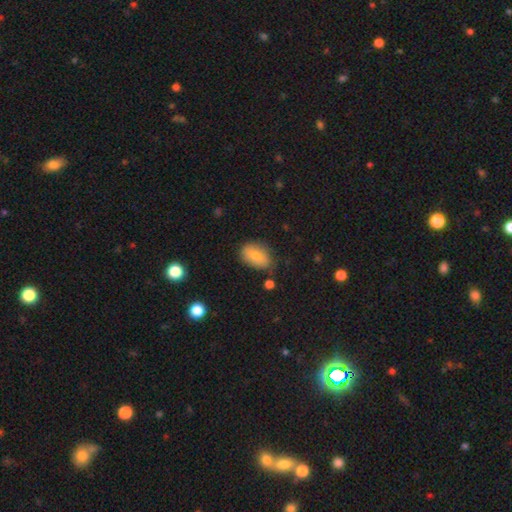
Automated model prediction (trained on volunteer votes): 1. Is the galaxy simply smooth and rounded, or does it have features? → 78% smooth, 14% featured or disk, 8% star or artifact.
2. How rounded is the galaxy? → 85% in between, 13% round, 2% cigar-shaped.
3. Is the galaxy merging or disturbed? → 71% none, 21% minor disturbance, 5% major disturbance, 3% merger.